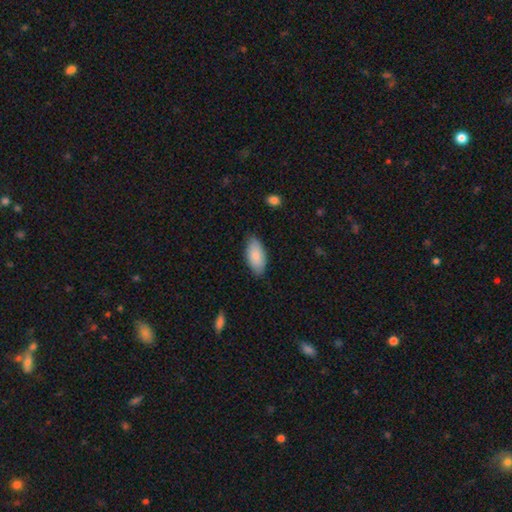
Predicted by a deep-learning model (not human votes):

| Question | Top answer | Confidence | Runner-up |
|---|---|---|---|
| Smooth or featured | smooth | 86% | featured or disk (8%) |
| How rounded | in between | 93% | cigar-shaped (5%) |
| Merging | none | 81% | minor disturbance (15%) |